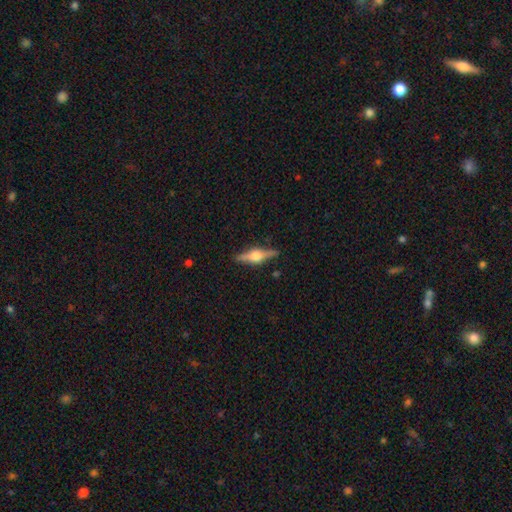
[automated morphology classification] smooth-or-featured: featured or disk: 74% | smooth: 19% | star or artifact: 6%
  disk-edge-on: yes: 97% | no: 3%
    edge-on-bulge: rounded: 92% | boxy: 6% | none: 1%
  merging: none: 88% | minor disturbance: 9% | major disturbance: 2% | merger: 1%